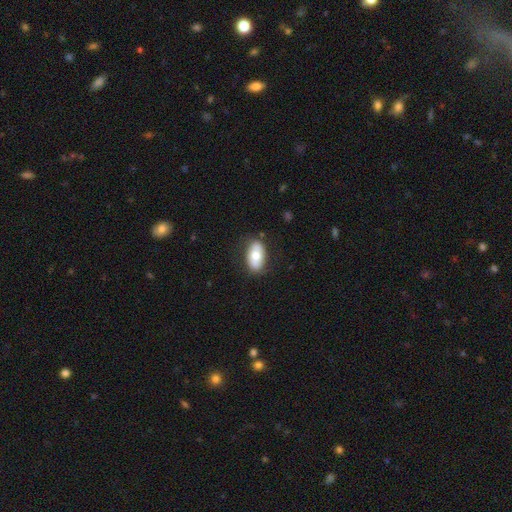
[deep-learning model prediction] Q: Smooth or featured?
A: smooth (68%); runner-up: featured or disk (25%)
Q: How rounded?
A: in between (92%); runner-up: round (5%)
Q: Merging?
A: none (82%); runner-up: minor disturbance (13%)